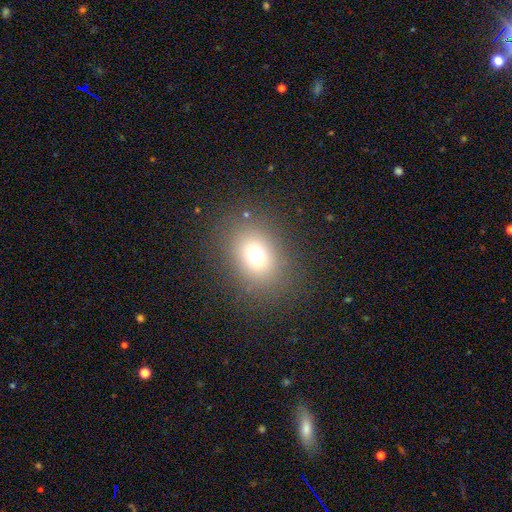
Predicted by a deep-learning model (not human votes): This appears to be a smooth galaxy with no disk features (71%) that is in between round and cigar-shaped (56%). Merging: none (83%).